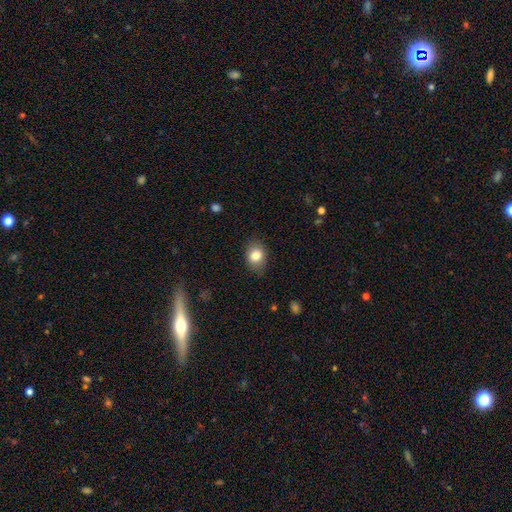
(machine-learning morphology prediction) smooth 82%, star or artifact 9%, featured or disk 9%. Down the decision tree: how rounded — in between (58%); merging — none (81%).